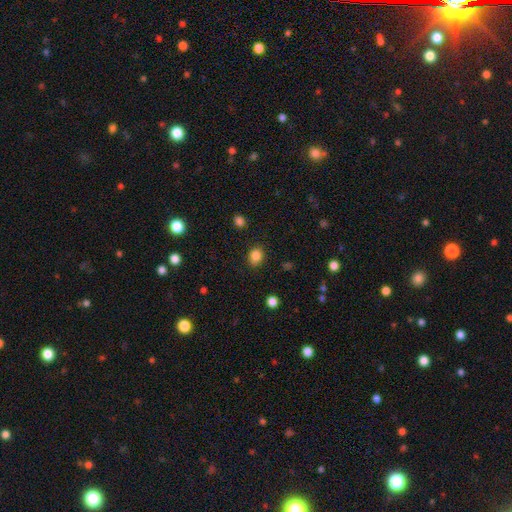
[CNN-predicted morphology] Smooth or featured: smooth — 84% (star or artifact — 12%)
How rounded: round — 68% (in between — 31%)
Merging: none — 83% (minor disturbance — 12%)